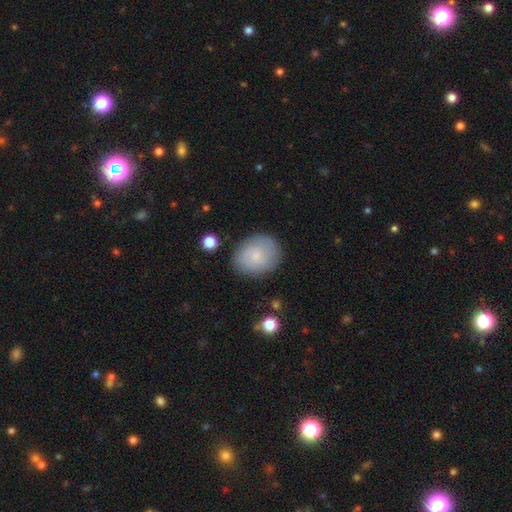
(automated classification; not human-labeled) This is possibly a smooth galaxy (50%). How rounded: possibly round (58%). Merging: clearly none (82%).